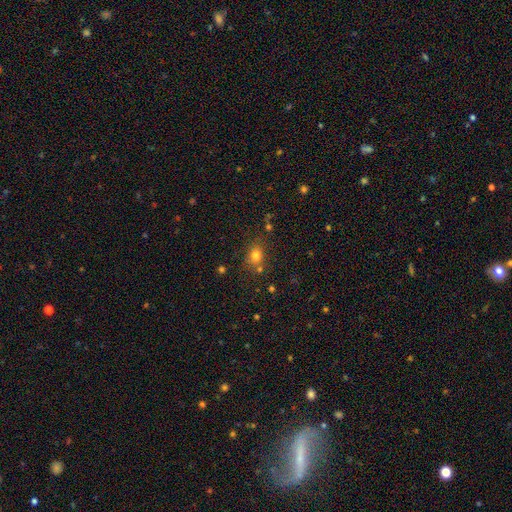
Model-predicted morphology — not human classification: smooth_or_featured: smooth (p=0.77) [alt: star or artifact p=0.15]
how_rounded: round (p=0.53) [alt: in between p=0.46]
merging: none (p=0.71) [alt: minor disturbance p=0.14]